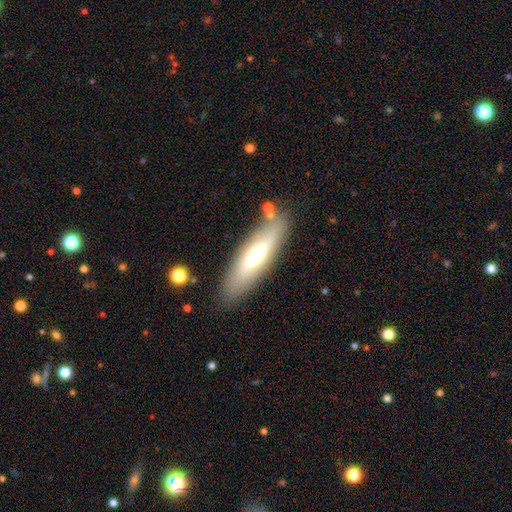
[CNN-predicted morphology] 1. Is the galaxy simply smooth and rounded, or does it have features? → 50% smooth, 42% featured or disk, 8% star or artifact.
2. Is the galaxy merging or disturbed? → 80% none, 13% minor disturbance, 4% merger, 3% major disturbance.